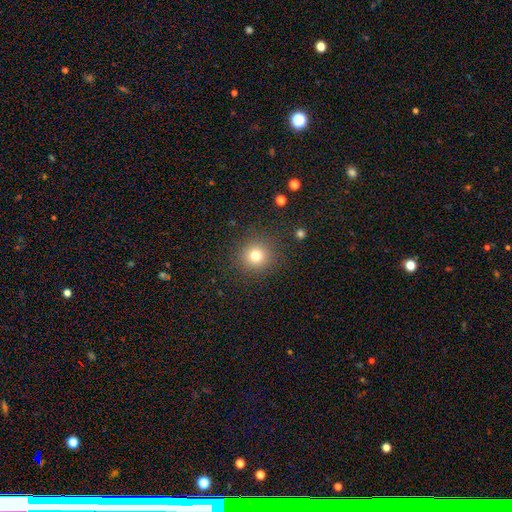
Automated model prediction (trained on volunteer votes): Smooth or featured: smooth — 78% (star or artifact — 14%)
How rounded: round — 94% (in between — 5%)
Merging: none — 89% (minor disturbance — 7%)